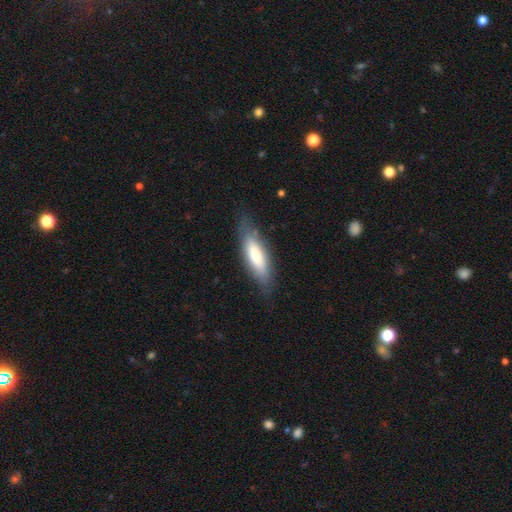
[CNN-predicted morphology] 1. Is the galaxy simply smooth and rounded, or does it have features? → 68% smooth, 26% featured or disk, 6% star or artifact.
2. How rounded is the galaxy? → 50% in between, 49% cigar-shaped, 2% round.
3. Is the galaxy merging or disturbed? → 75% none, 18% minor disturbance, 5% major disturbance, 1% merger.